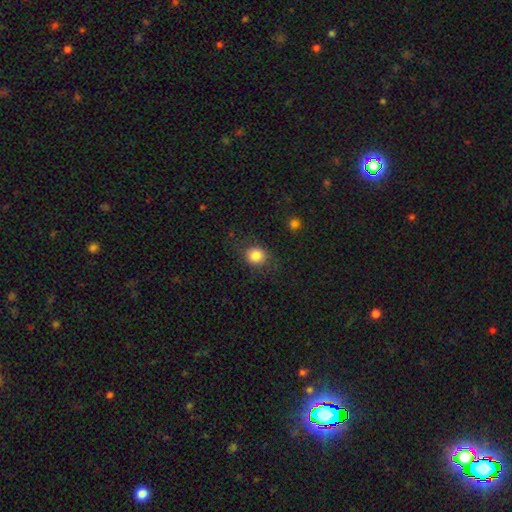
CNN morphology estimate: smooth-or-featured: smooth: 84% | star or artifact: 10% | featured or disk: 5%
  how-rounded: round: 81% | in between: 18% | cigar-shaped: 1%
  merging: none: 80% | minor disturbance: 13% | major disturbance: 5% | merger: 1%